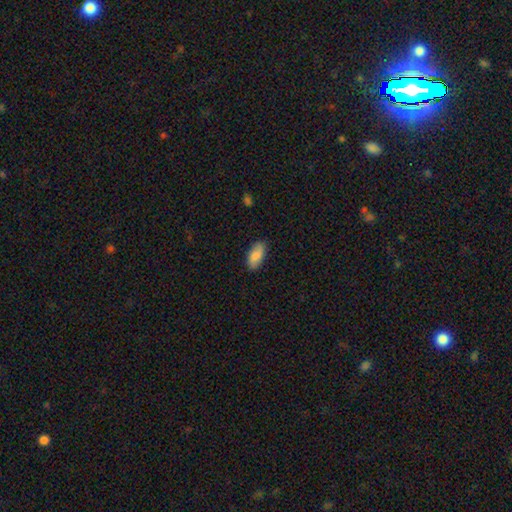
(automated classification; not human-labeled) A smooth galaxy with no disk features (76%) that is in between round and cigar-shaped (91%). Merging: none (85%).